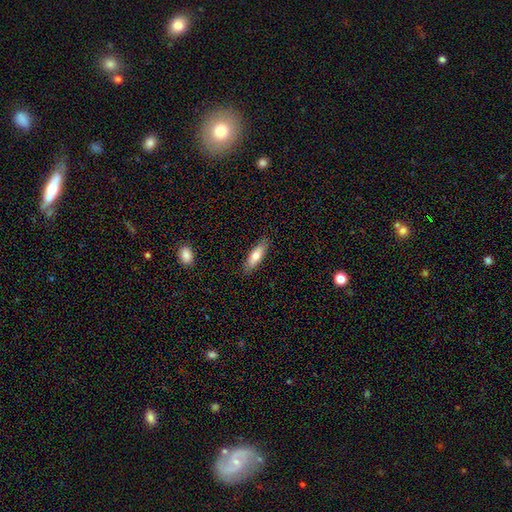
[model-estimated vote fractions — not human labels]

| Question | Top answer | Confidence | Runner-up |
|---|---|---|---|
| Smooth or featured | smooth | 72% | featured or disk (22%) |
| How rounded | cigar-shaped | 50% | in between (48%) |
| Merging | none | 87% | minor disturbance (10%) |